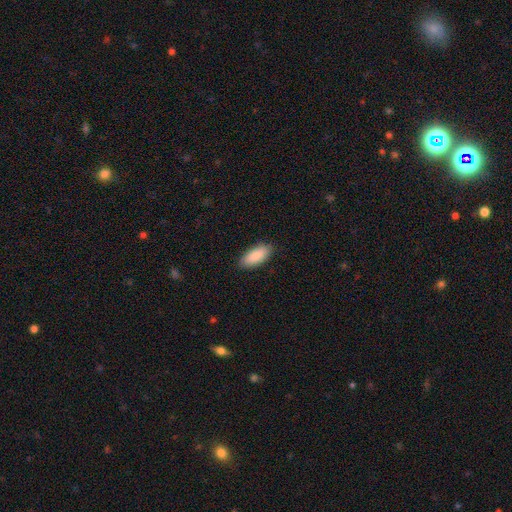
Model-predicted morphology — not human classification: smooth_or_featured: smooth (p=0.89) [alt: star or artifact p=0.06]
how_rounded: in between (p=0.87) [alt: cigar-shaped p=0.12]
merging: none (p=0.88) [alt: minor disturbance p=0.10]